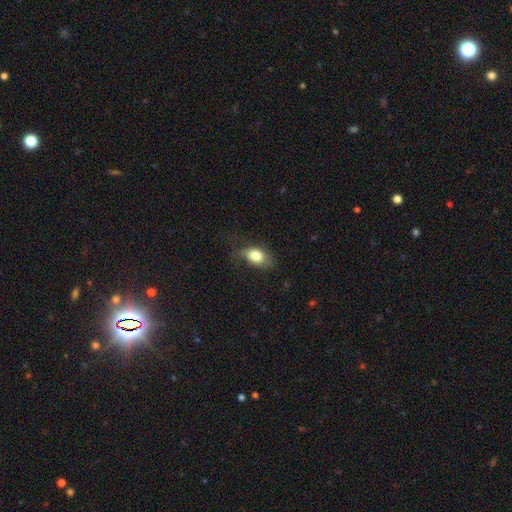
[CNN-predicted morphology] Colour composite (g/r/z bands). It shows a smooth galaxy with no disk features (77%) that is in between round and cigar-shaped (82%). Merging: none (47%).